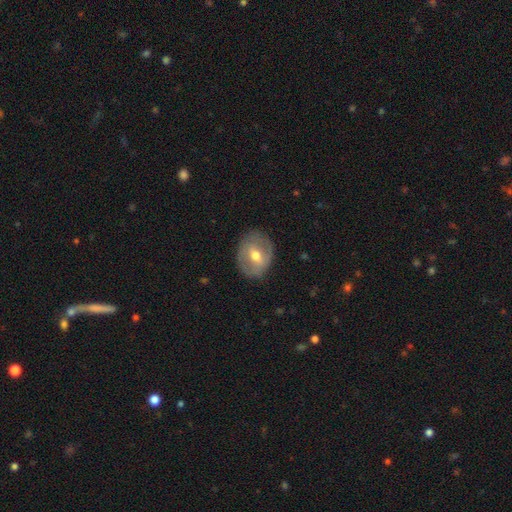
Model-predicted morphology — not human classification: A featured or disk galaxy (48%).

Vote fractions:
- Smooth or featured? featured or disk: 48% / smooth: 45% / star or artifact: 7%
- Merging? none: 80% / minor disturbance: 14% / major disturbance: 5% / merger: 1%